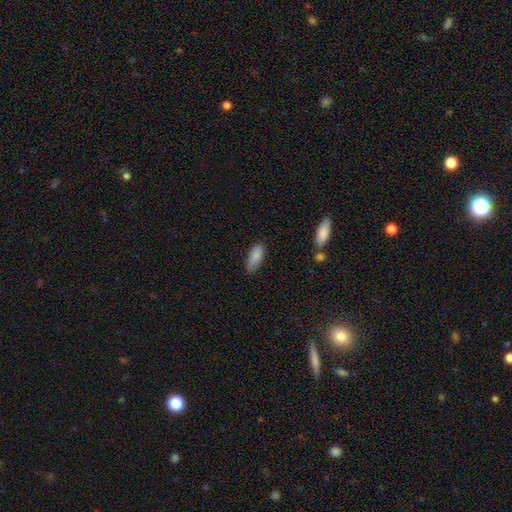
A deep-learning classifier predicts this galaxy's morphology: smooth 84%, featured or disk 10%, star or artifact 7%. Down the decision tree: how rounded — in between (82%); merging — none (67%).